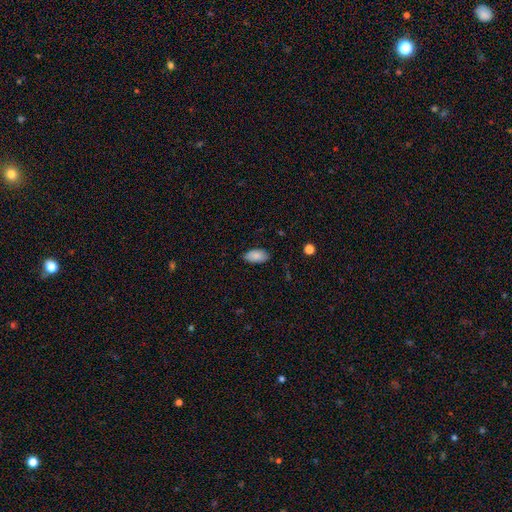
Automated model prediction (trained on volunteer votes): smooth-or-featured: smooth: 87% | star or artifact: 7% | featured or disk: 6%
  how-rounded: in between: 94% | cigar-shaped: 3% | round: 3%
  merging: none: 83% | minor disturbance: 13% | major disturbance: 2% | merger: 1%